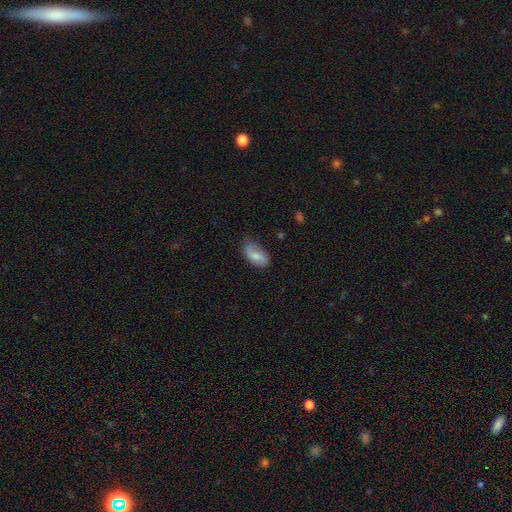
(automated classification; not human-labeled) This is possibly a smooth galaxy (58%). How rounded: clearly in between (92%). Merging: likely none (67%).